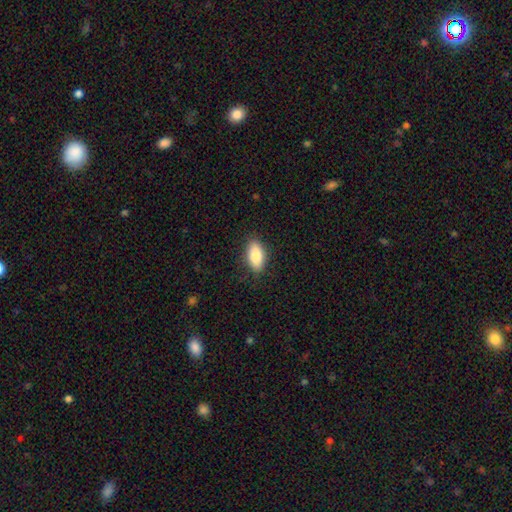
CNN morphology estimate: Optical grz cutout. It shows a smooth galaxy with no disk features (84%) that is in between round and cigar-shaped (89%). Merging: none (86%).